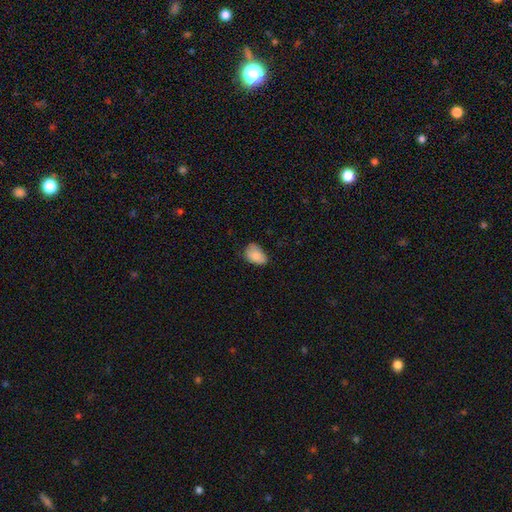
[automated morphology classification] Smooth or featured: smooth — 84% (featured or disk — 9%)
How rounded: in between — 85% (round — 13%)
Merging: none — 60% (minor disturbance — 33%)